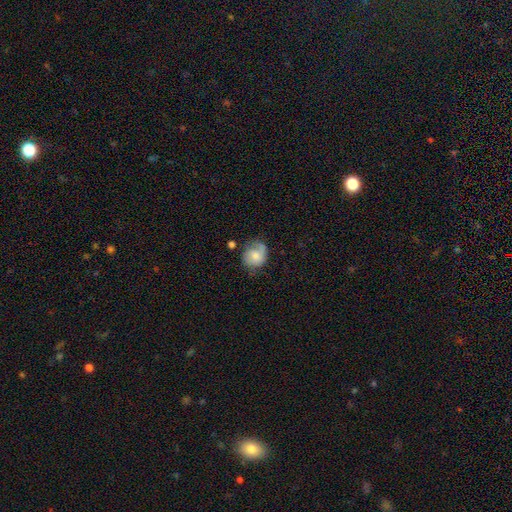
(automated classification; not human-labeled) Smooth or featured?
  - smooth: 55% *
  - featured or disk: 37%
  - star or artifact: 8%
How rounded?
  - round: 67% *
  - in between: 32%
  - cigar-shaped: 1%
Merging?
  - none: 52% *
  - minor disturbance: 29%
  - major disturbance: 14%
  - merger: 5%